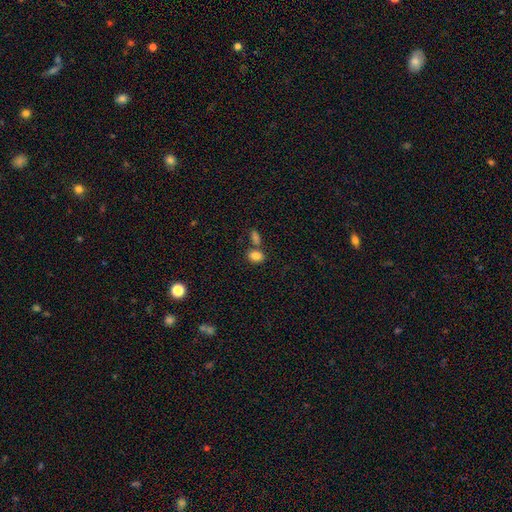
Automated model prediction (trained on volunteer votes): Smooth or featured? smooth (84%)
How rounded? in between (72%)
Merging? none (61%)